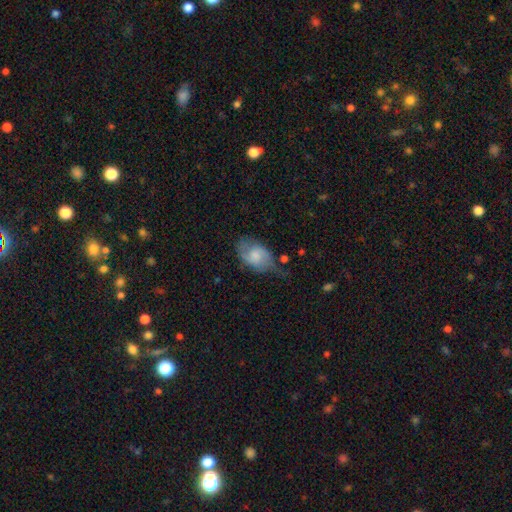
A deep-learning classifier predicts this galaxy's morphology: Smooth or featured: smooth — 53% (featured or disk — 40%)
How rounded: in between — 83% (round — 16%)
Merging: none — 35% (tied with minor disturbance — 35%)